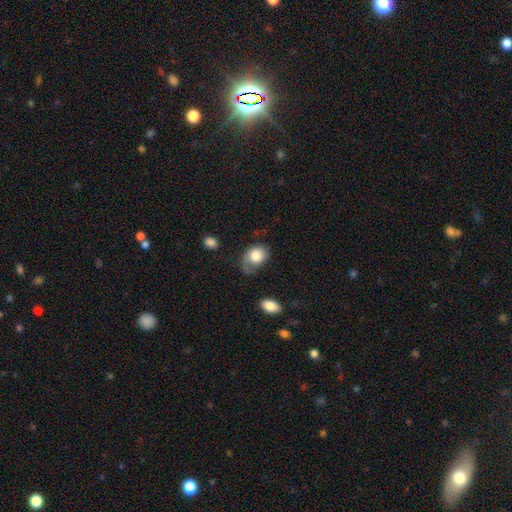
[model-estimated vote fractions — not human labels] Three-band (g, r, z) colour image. It shows a smooth galaxy with no disk features (73%) that is in between round and cigar-shaped (68%). Merging: none (37%).